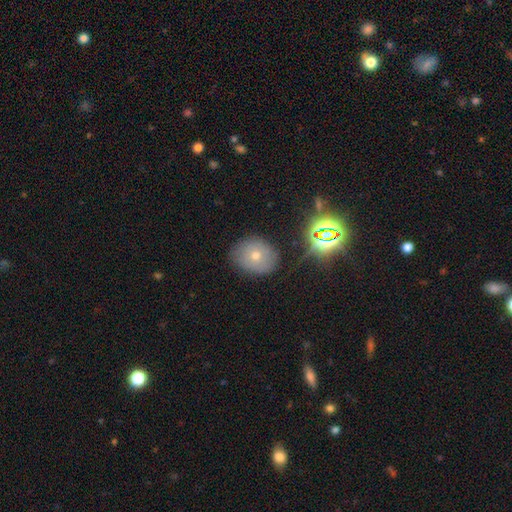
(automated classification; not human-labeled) The model was most divided on "how rounded": round: 62%, in between: 37%, cigar-shaped: 1%. More confident: merging — none (80%); smooth or featured — smooth (54%).